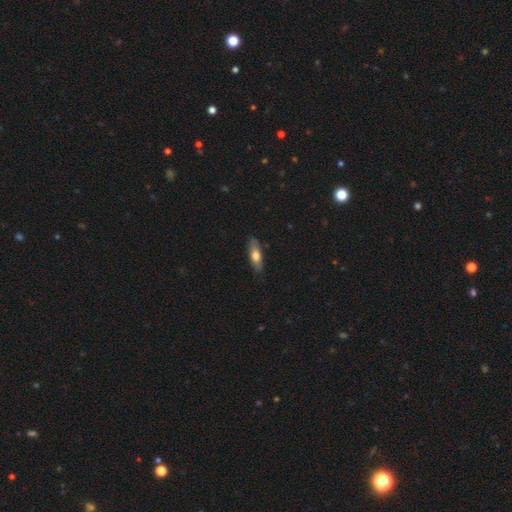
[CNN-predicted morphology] This is likely a smooth galaxy (68%). How rounded: possibly in between (50%). Merging: clearly none (84%).